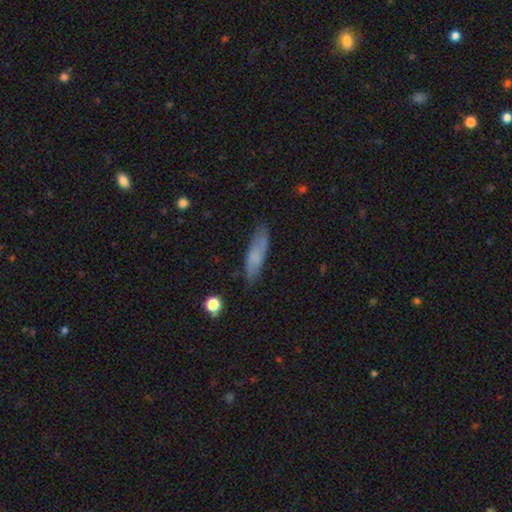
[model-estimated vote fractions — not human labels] A smooth galaxy with no disk features (74%) that is cigar-shaped (69%). Merging: none (78%).